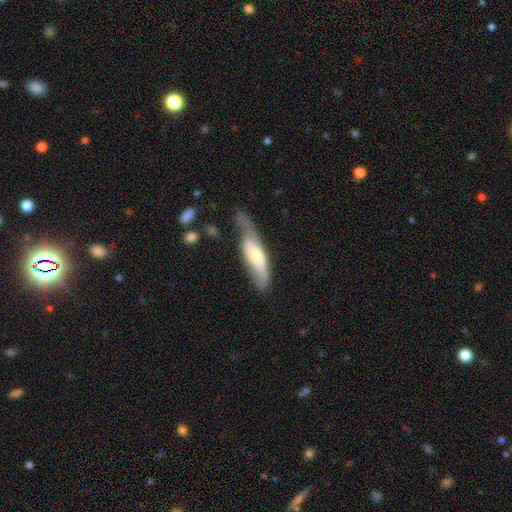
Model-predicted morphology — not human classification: smooth_or_featured: smooth (p=0.49) [alt: featured or disk p=0.46]
merging: minor disturbance (p=0.32) [tied with: none p=0.32]